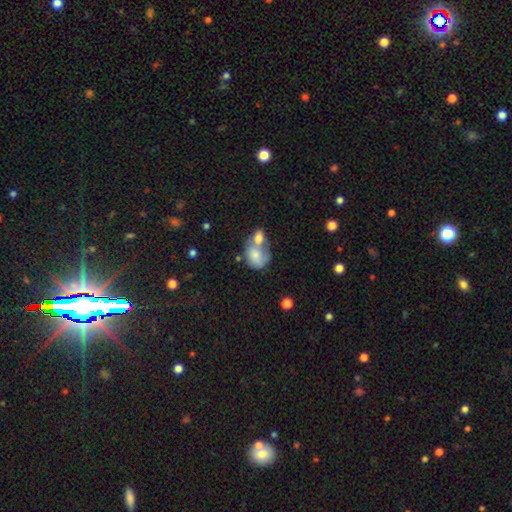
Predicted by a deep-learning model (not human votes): Q: Smooth or featured?
A: smooth (69%); runner-up: featured or disk (24%)
Q: How rounded?
A: in between (61%); runner-up: round (37%)
Q: Merging?
A: merger (68%); runner-up: none (15%)